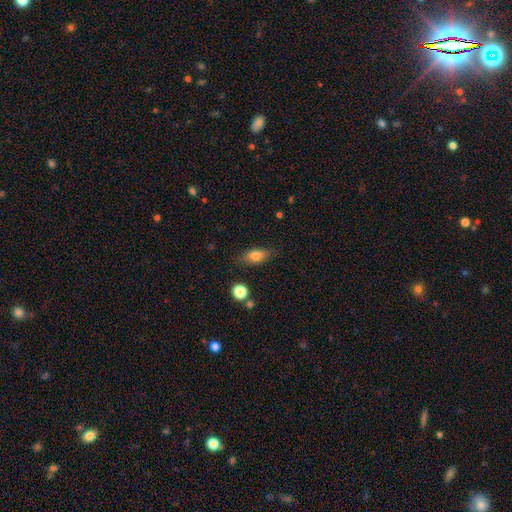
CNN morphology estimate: Smooth or featured?
  - smooth: 78% *
  - featured or disk: 14%
  - star or artifact: 8%
How rounded?
  - in between: 80% *
  - cigar-shaped: 12%
  - round: 8%
Merging?
  - none: 81% *
  - minor disturbance: 14%
  - major disturbance: 3%
  - merger: 2%